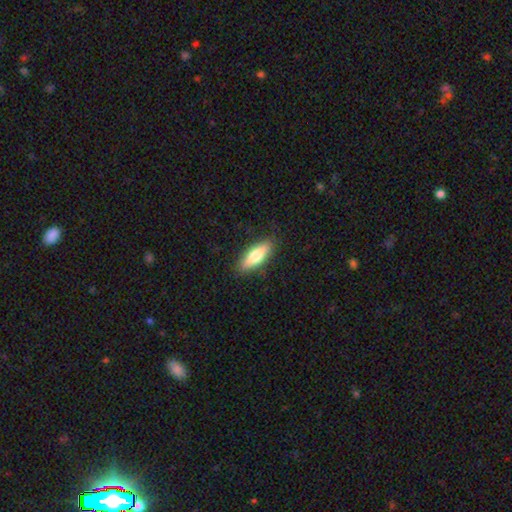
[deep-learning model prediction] Smooth or featured? Predicted: smooth (p=0.71). How rounded? Predicted: in between (p=0.56). Merging? Predicted: none (p=0.85).